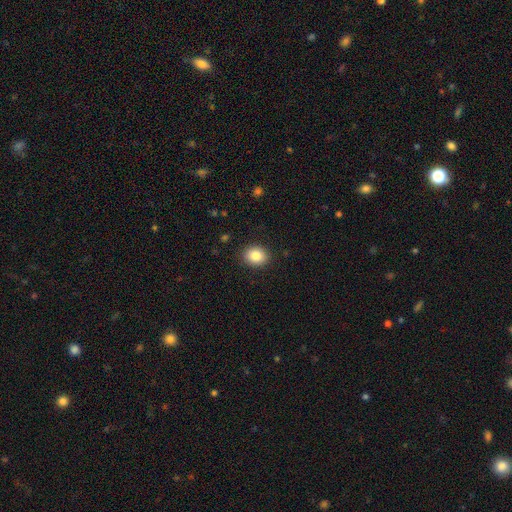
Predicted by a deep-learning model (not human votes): Morphology: type=smooth (85%); roundness=round (51%); merging=none (89%).